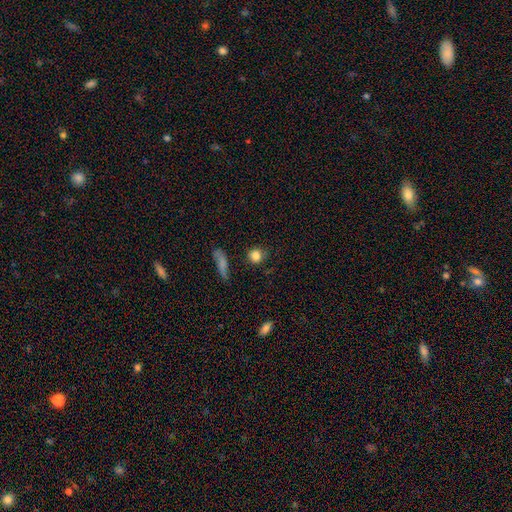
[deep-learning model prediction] Overall: smooth (84%). How rounded: round (88%). Merging: none (82%).